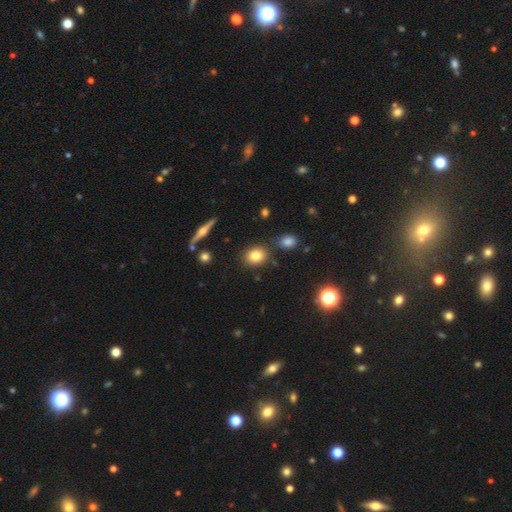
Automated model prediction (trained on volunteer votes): smooth_or_featured: smooth (p=0.80) [alt: featured or disk p=0.10]
how_rounded: round (p=0.54) [alt: in between p=0.44]
merging: none (p=0.81) [alt: minor disturbance p=0.10]